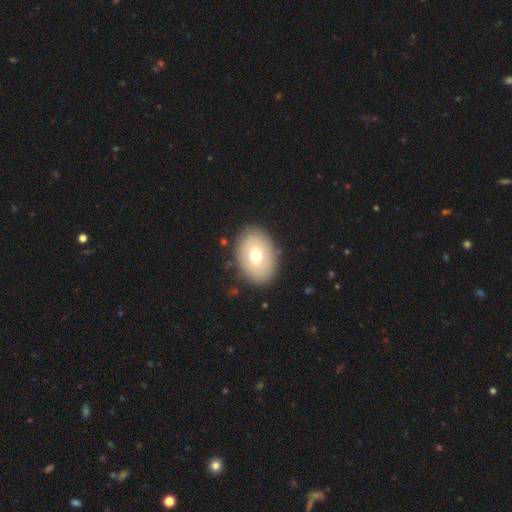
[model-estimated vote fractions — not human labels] This appears to be a smooth galaxy with no disk features (64%) that is in between round and cigar-shaped (82%). Merging: none (87%).